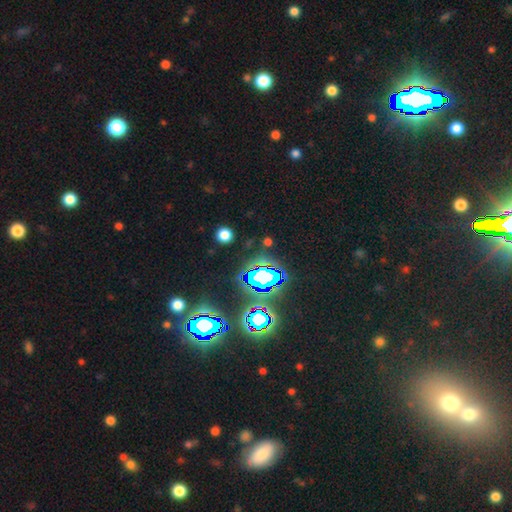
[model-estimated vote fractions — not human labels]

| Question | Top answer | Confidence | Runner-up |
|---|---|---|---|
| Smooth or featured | star or artifact | 79% | smooth (13%) |